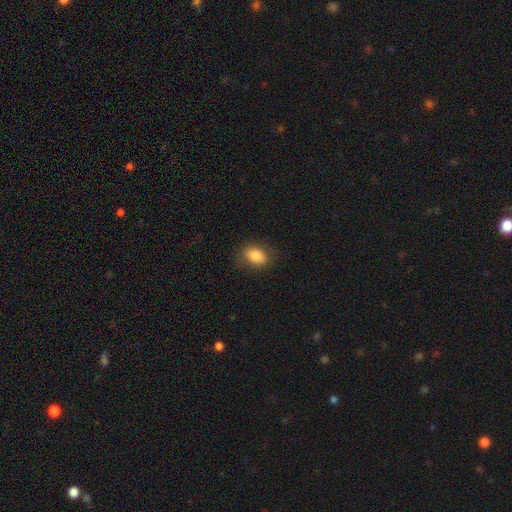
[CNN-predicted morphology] A smooth galaxy with no disk features (83%) that is in between round and cigar-shaped (82%). Merging: none (79%).